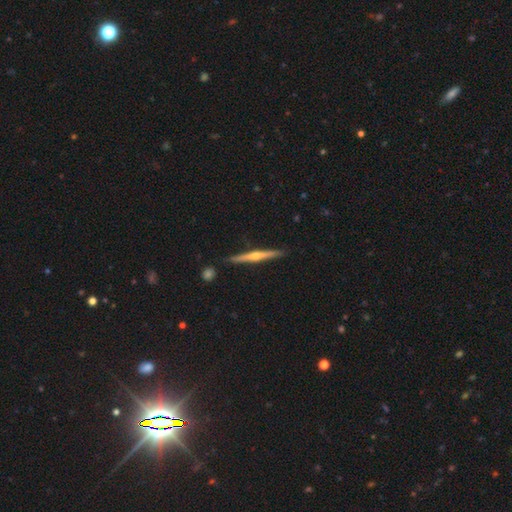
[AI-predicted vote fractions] Smooth or featured? featured or disk (71%)
Edge-on disk? yes (98%)
Edge-on bulge? rounded (82%)
Merging? none (89%)